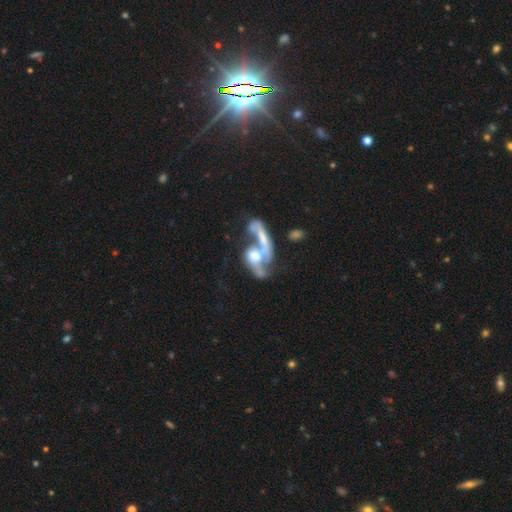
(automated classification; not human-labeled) This appears to be a featured or disk galaxy (63%) with no bar (76%), no spiral arms (56%) and a moderate central bulge (37%). Merging: merger (58%).